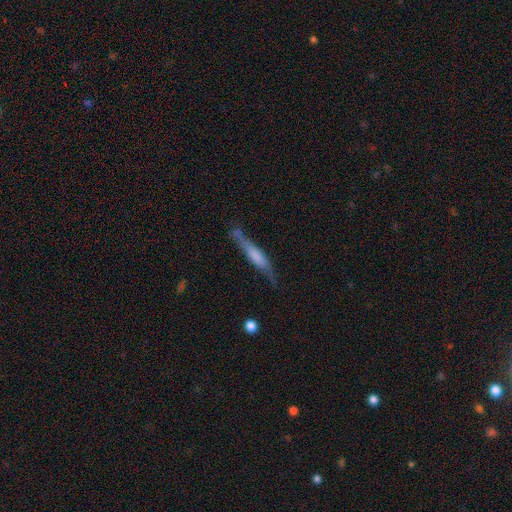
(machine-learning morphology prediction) The model was most divided on "smooth or featured": featured or disk: 49%, smooth: 44%, star or artifact: 6%. More confident: merging — none (58%).